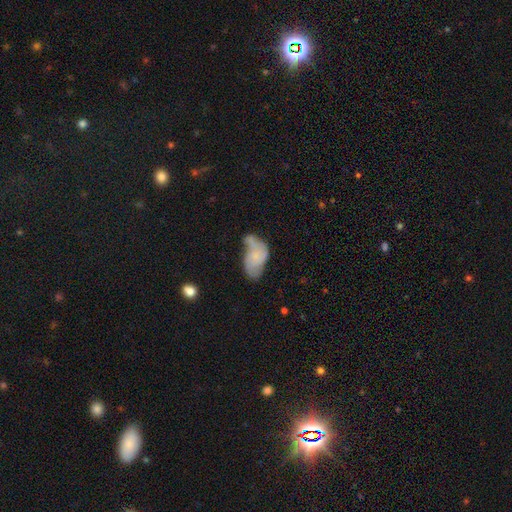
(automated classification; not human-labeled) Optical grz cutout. It shows a featured or disk galaxy (50%). Merging: merger (27%, tied with minor disturbance and none).